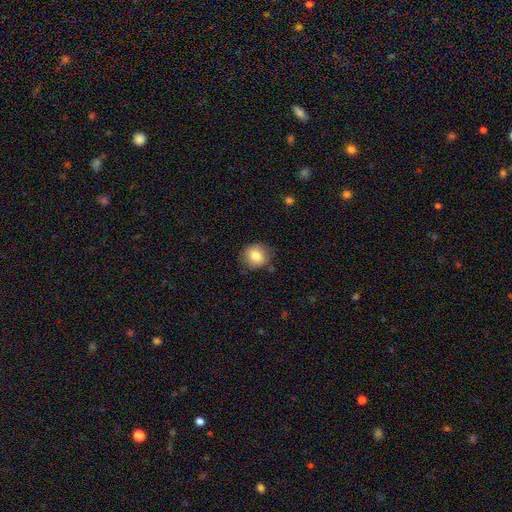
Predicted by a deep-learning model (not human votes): Q: Smooth or featured?
A: smooth (81%); runner-up: featured or disk (10%)
Q: How rounded?
A: round (87%); runner-up: in between (12%)
Q: Merging?
A: none (79%); runner-up: minor disturbance (16%)